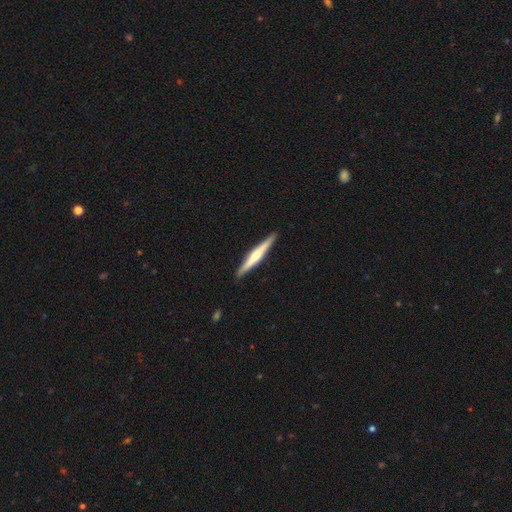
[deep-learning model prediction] This is possibly a featured or disk galaxy (60%). It is clearly viewed edge-on (98%). Edge-on bulge: likely rounded (63%). Merging: clearly none (91%).